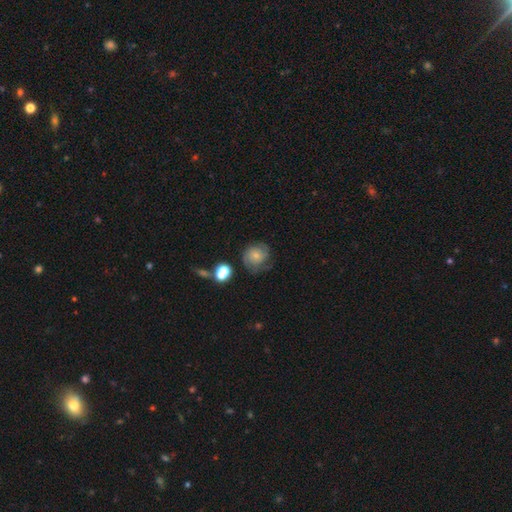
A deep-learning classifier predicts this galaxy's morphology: A featured or disk galaxy (52%) with no bar (80%), spiral arms (85%) and a small central bulge (66%). Merging: none (57%).